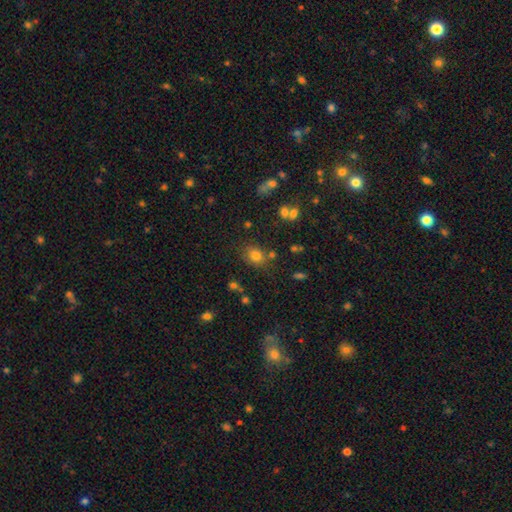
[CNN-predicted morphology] Overall: smooth (77%). How rounded: round (50%; in between 49%). Merging: none (71%).